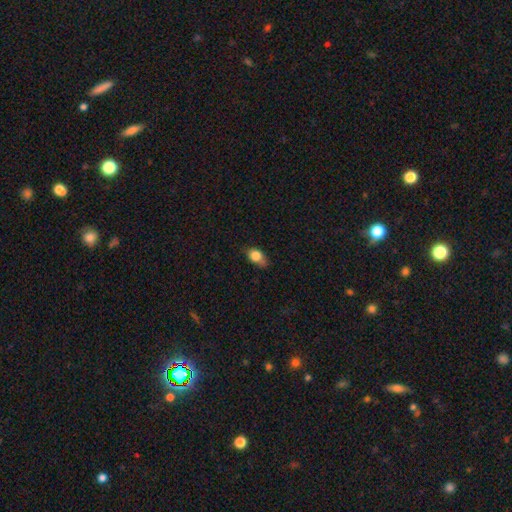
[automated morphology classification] This appears to be a smooth galaxy with no disk features (80%) that is in between round and cigar-shaped (73%). Merging: none (51%).